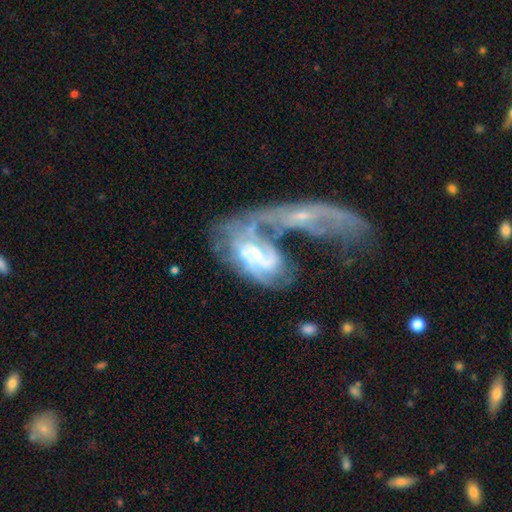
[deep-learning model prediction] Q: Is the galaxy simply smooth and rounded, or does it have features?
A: featured or disk — 75%.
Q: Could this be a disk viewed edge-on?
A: no — 94%.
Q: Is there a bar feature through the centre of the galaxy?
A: no — 49%.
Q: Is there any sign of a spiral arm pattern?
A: yes — 76%.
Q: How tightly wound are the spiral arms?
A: tight — 39%.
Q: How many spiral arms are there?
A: can't tell — 46%.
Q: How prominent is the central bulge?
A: small — 52%.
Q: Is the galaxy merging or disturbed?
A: merger — 61%.